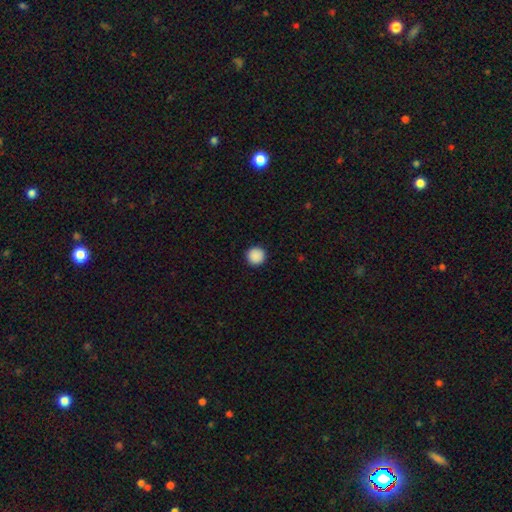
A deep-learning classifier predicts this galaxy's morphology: smooth-or-featured: smooth: 89% | star or artifact: 9% | featured or disk: 2%
  how-rounded: round: 96% | in between: 3% | cigar-shaped: 1%
  merging: none: 93% | minor disturbance: 4% | major disturbance: 2% | merger: 1%